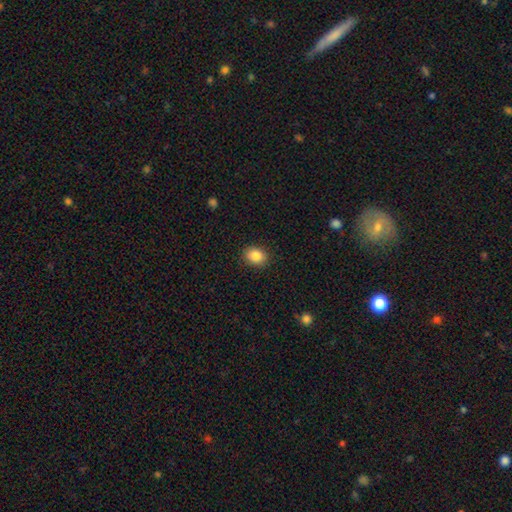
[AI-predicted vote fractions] Smooth or featured? smooth (86%)
How rounded? in between (54%)
Merging? none (89%)